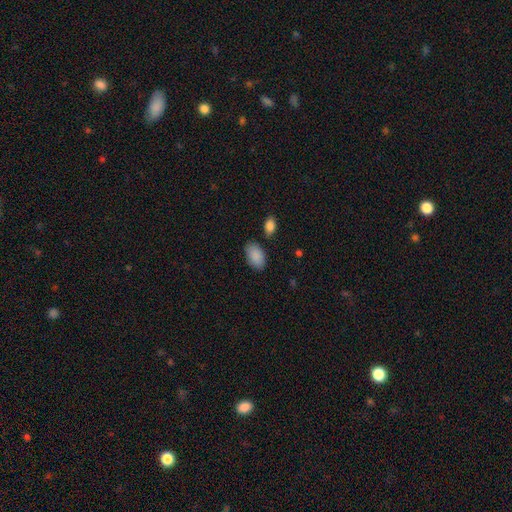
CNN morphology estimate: smooth_or_featured: smooth (p=0.90) [alt: star or artifact p=0.07]
how_rounded: in between (p=0.93) [alt: round p=0.06]
merging: none (p=0.79) [alt: minor disturbance p=0.13]